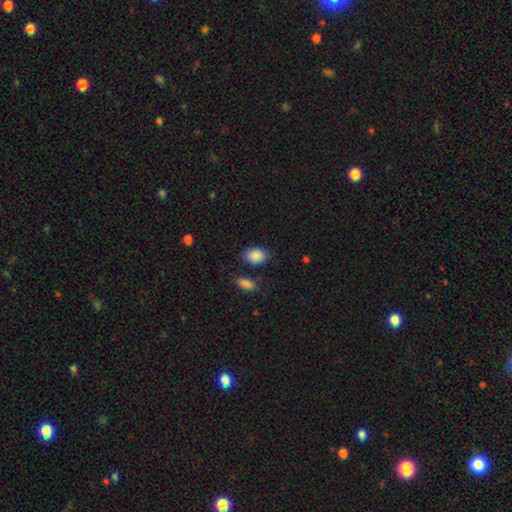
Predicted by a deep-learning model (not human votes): Smooth or featured?
  - smooth: 89% *
  - star or artifact: 7%
  - featured or disk: 4%
How rounded?
  - in between: 83% *
  - round: 16%
  - cigar-shaped: 1%
Merging?
  - none: 76% *
  - minor disturbance: 15%
  - merger: 5%
  - major disturbance: 4%